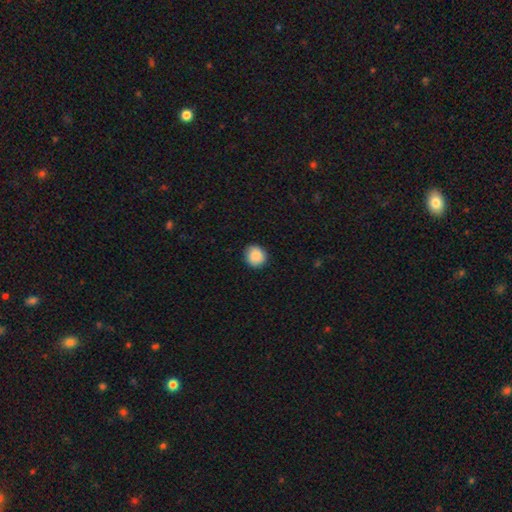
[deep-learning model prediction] Q: Smooth or featured?
A: smooth (89%); runner-up: star or artifact (7%)
Q: How rounded?
A: round (87%); runner-up: in between (12%)
Q: Merging?
A: none (88%); runner-up: minor disturbance (9%)